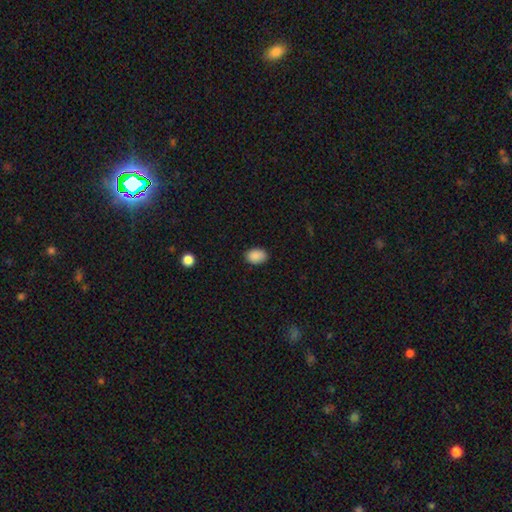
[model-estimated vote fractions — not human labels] The model was most divided on "how rounded": in between: 79%, round: 20%, cigar-shaped: 1%. More confident: smooth or featured — smooth (89%); merging — none (87%).